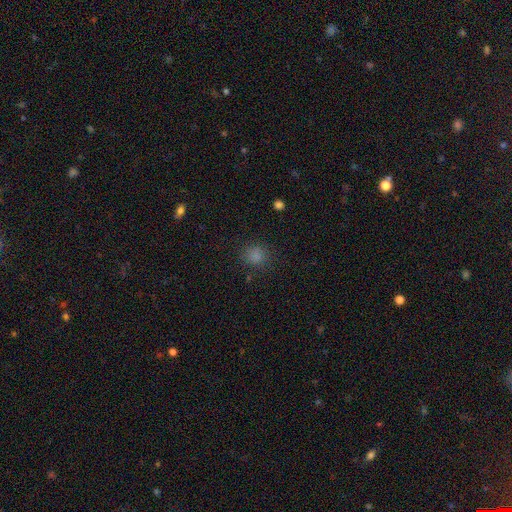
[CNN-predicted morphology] smooth 81%, star or artifact 15%, featured or disk 4%. Down the decision tree: how rounded — round (80%); merging — none (82%).